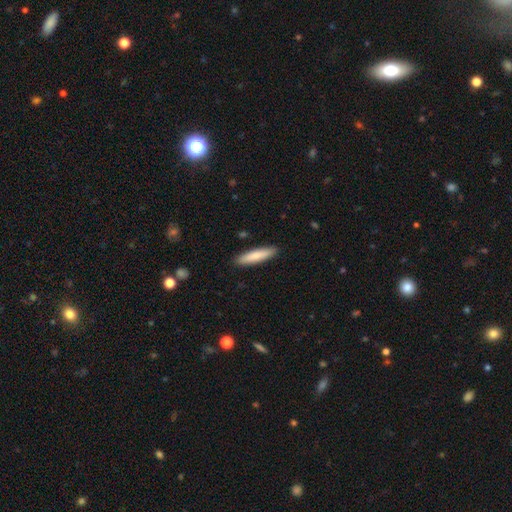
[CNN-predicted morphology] Q: Smooth or featured?
A: smooth (80%); runner-up: featured or disk (15%)
Q: How rounded?
A: cigar-shaped (82%); runner-up: in between (17%)
Q: Merging?
A: none (90%); runner-up: minor disturbance (8%)